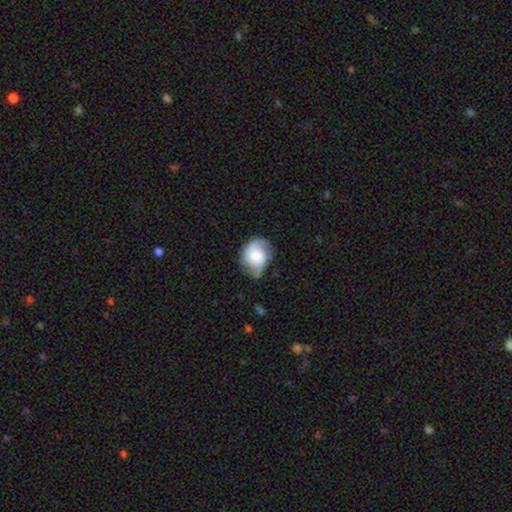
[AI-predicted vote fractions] Q: Smooth or featured?
A: smooth (67%); runner-up: featured or disk (25%)
Q: How rounded?
A: in between (53%); runner-up: round (46%)
Q: Merging?
A: none (41%); runner-up: minor disturbance (40%)